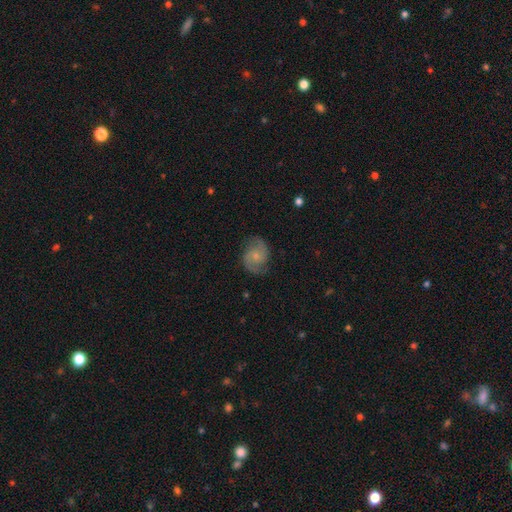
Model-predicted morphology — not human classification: featured or disk 78%, smooth 15%, star or artifact 6%. Down the decision tree: edge-on disk — no (98%); bar — no (65%); spiral arms — yes (96%); spiral arm count — 2 (91%); spiral winding — medium (54%); bulge size — small (56%); merging — none (79%).